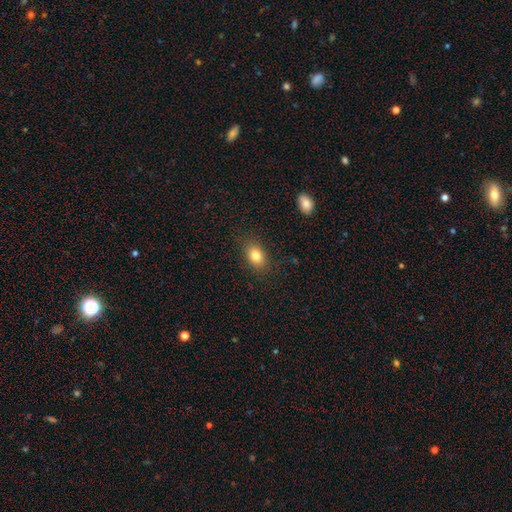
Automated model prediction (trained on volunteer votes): Overall: smooth (82%). How rounded: in between (75%). Merging: none (85%).